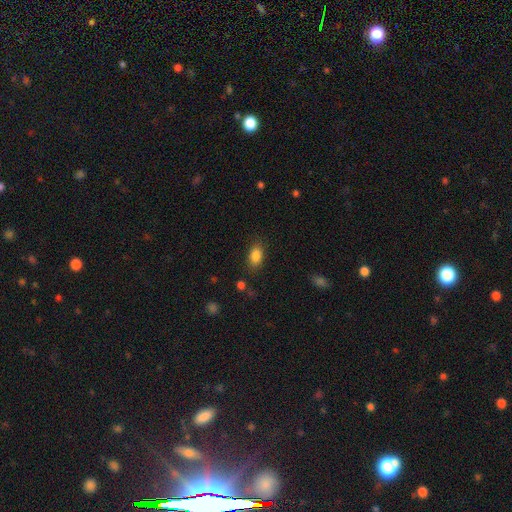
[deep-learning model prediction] This is clearly a smooth galaxy (86%). How rounded: clearly in between (86%). Merging: clearly none (83%).